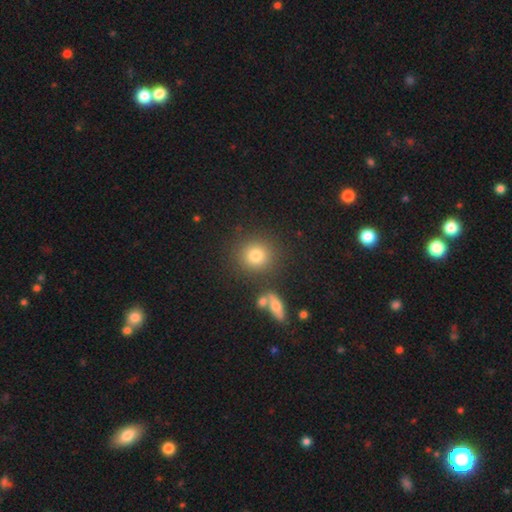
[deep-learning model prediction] Smooth or featured: smooth — 79% (star or artifact — 12%)
How rounded: round — 87% (in between — 12%)
Merging: none — 81% (minor disturbance — 9%)